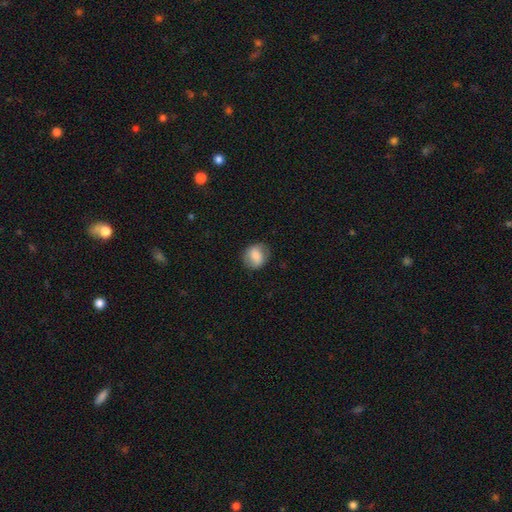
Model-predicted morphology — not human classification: This appears to be a smooth galaxy with no disk features (75%) that is round (62%). Merging: none (80%).